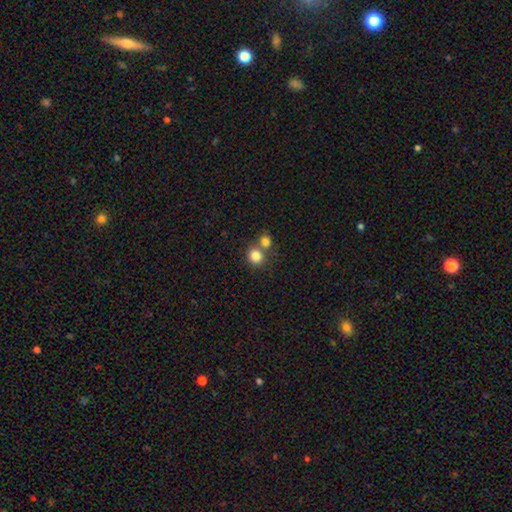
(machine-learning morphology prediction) A smooth galaxy with no disk features (82%) that is round (86%). Merging: none (55%).